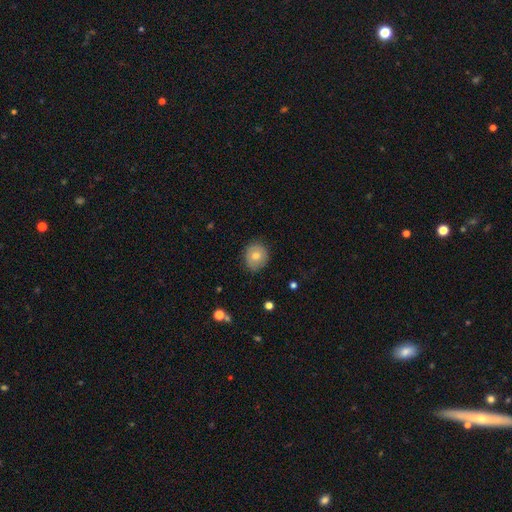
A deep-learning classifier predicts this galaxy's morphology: smooth-or-featured: smooth: 70% | featured or disk: 21% | star or artifact: 9%
  how-rounded: round: 76% | in between: 23% | cigar-shaped: 1%
  merging: none: 85% | minor disturbance: 12% | major disturbance: 2% | merger: 1%